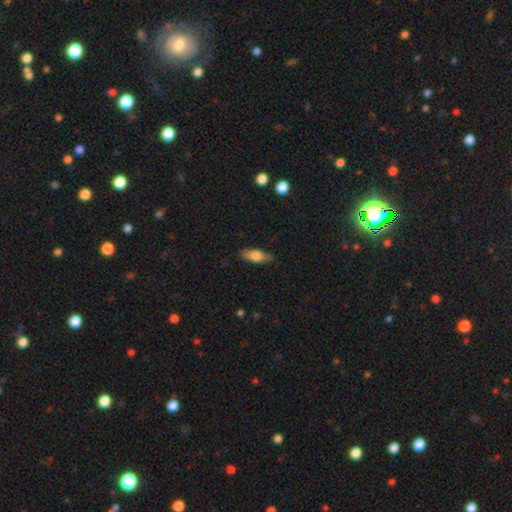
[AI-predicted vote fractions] Q: Smooth or featured?
A: smooth (63%); runner-up: featured or disk (30%)
Q: How rounded?
A: in between (67%); runner-up: cigar-shaped (29%)
Q: Merging?
A: none (80%); runner-up: minor disturbance (15%)